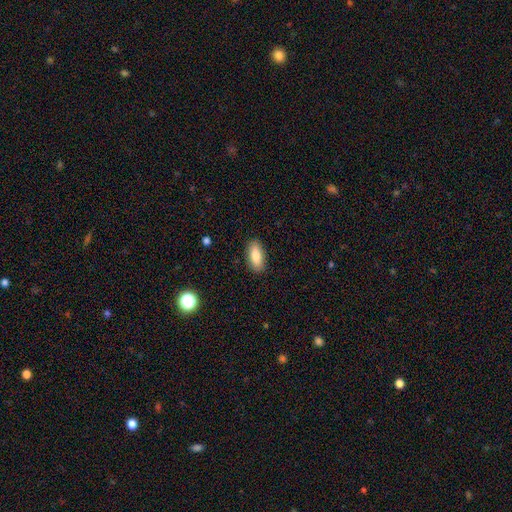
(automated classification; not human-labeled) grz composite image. It shows a smooth galaxy with no disk features (85%) that is in between round and cigar-shaped (85%). Merging: none (87%).